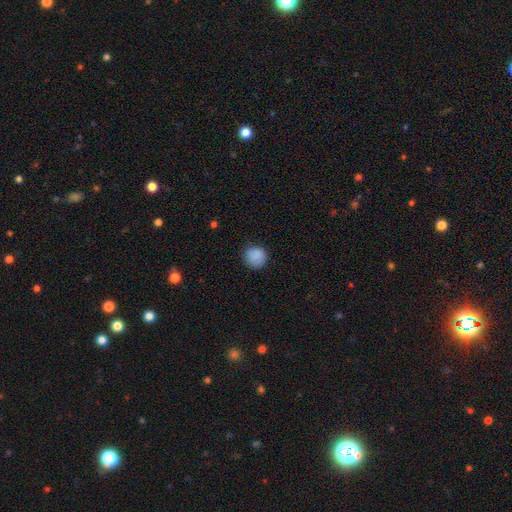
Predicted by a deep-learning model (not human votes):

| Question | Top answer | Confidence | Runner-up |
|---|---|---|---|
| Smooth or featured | smooth | 87% | star or artifact (8%) |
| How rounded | round | 91% | in between (8%) |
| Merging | none | 83% | minor disturbance (13%) |